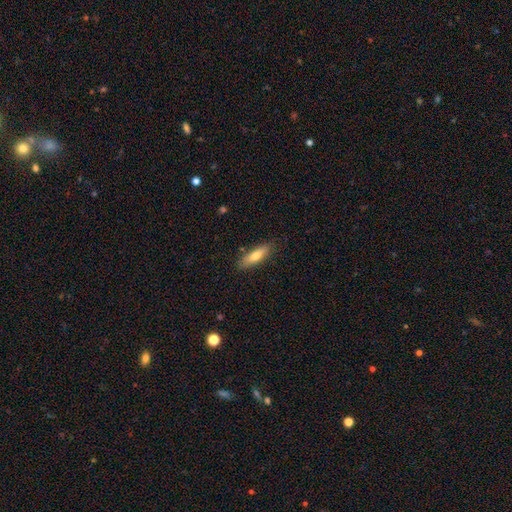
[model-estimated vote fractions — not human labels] Smooth or featured: smooth — 74% (featured or disk — 20%)
How rounded: cigar-shaped — 55% (in between — 44%)
Merging: none — 83% (minor disturbance — 12%)